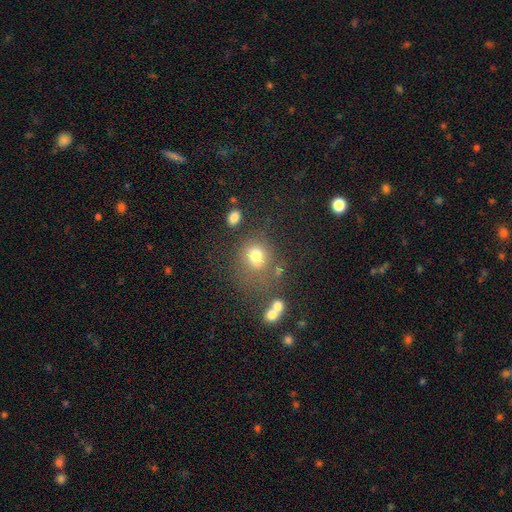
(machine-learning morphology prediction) type=smooth (72%); roundness=round (75%); merging=none (56%).